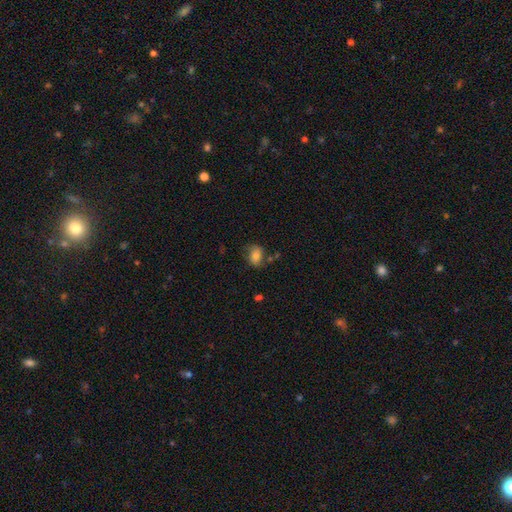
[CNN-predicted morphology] This is likely a smooth galaxy (69%). How rounded: likely in between (67%). Merging: likely none (63%).